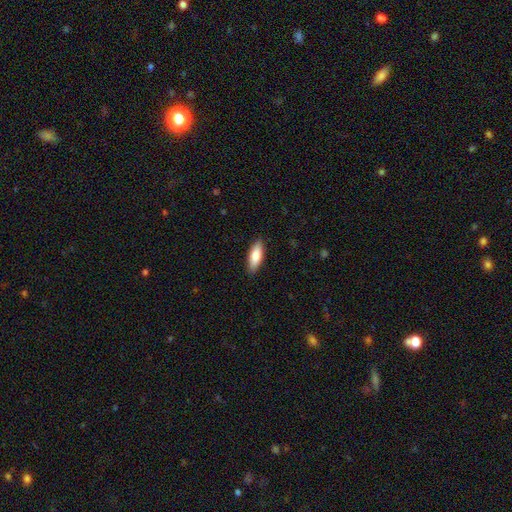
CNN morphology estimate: The model was most divided on "how rounded": in between: 64%, cigar-shaped: 35%, round: 2%. More confident: merging — none (89%); smooth or featured — smooth (80%).